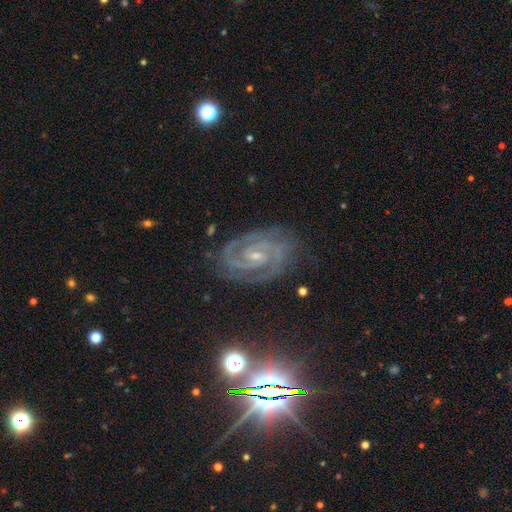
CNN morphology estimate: A featured or disk galaxy (87%) with no bar (43%), 2 (78%) tight (67%) spiral arms (98%) and a small central bulge (74%).

Vote fractions:
- Smooth or featured? featured or disk: 87% / star or artifact: 9% / smooth: 4%
- Edge-on disk? no: 97% / yes: 3%
- Bar? no: 43% / weak: 39% / strong: 17%
- Spiral arms? yes: 98% / no: 2%
- Spiral winding? tight: 67% / medium: 29% / loose: 4%
- Spiral arm count? 2: 78% / 3: 9% / can't tell: 5% / 4: 3% / 1: 2% / more than 4: 2%
- Bulge size? small: 74% / moderate: 22% / none: 3% / large: 1% / dominant: 1%
- Merging? none: 80% / minor disturbance: 14% / major disturbance: 4% / merger: 1%